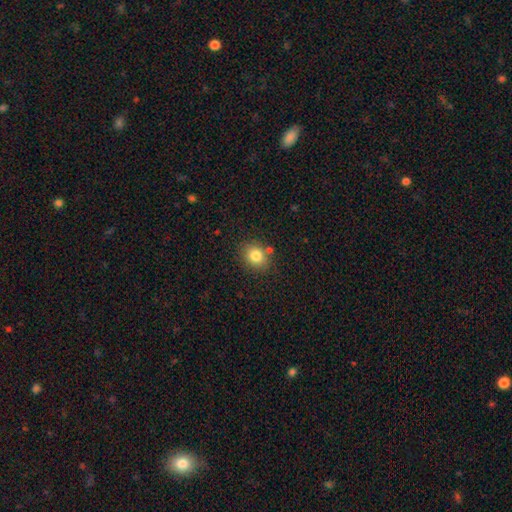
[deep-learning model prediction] The model was most divided on "how rounded": round: 66%, in between: 33%, cigar-shaped: 1%. More confident: smooth or featured — smooth (82%); merging — none (79%).